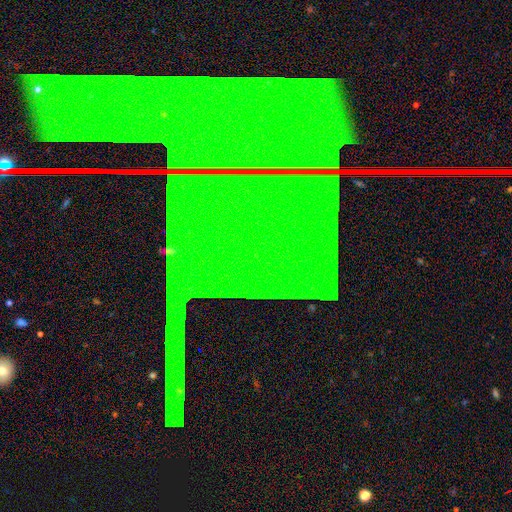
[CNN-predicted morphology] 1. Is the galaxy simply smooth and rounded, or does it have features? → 86% star or artifact, 8% featured or disk, 6% smooth.